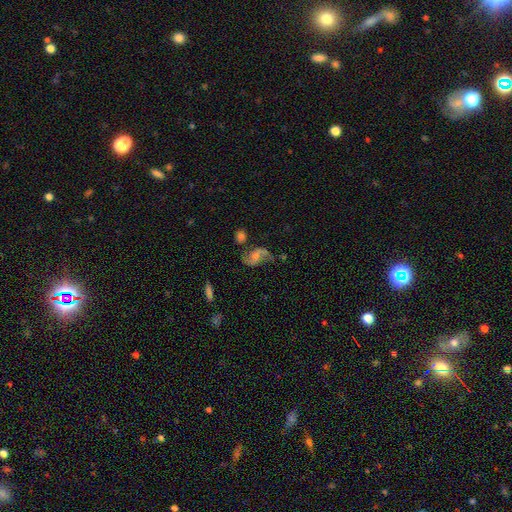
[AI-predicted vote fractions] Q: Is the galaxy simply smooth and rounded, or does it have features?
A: featured or disk — 81%.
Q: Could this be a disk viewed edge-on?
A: no — 97%.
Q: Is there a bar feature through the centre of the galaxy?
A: no — 54%.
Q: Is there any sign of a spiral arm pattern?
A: yes — 95%.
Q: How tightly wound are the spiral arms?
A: loose — 59%.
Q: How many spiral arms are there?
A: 2 — 91%.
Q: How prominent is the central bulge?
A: small — 41%.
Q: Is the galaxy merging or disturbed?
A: none — 65%.